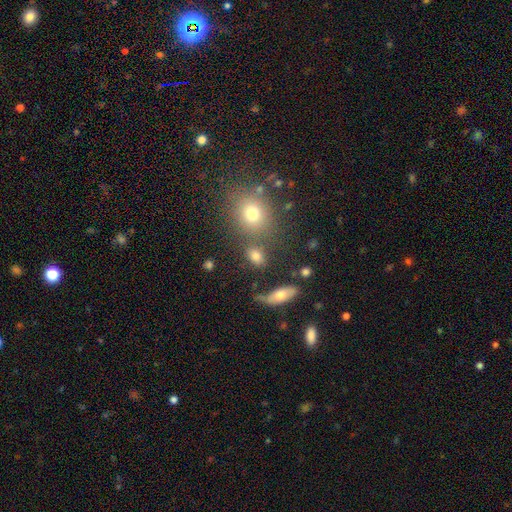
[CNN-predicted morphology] Overall: smooth (77%). How rounded: in between (68%). Merging: none (66%).